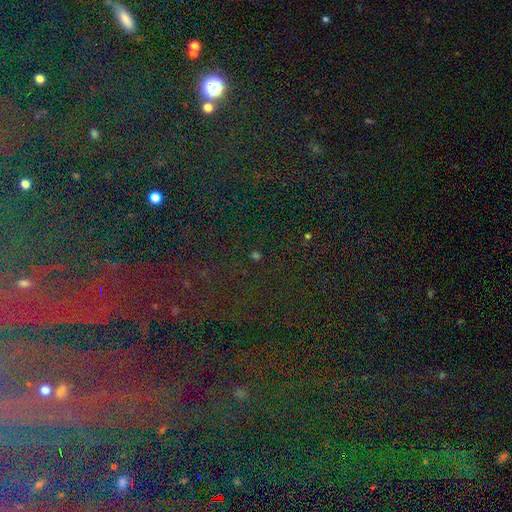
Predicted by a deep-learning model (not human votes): This is likely a star or artifact rather than a galaxy (72%).